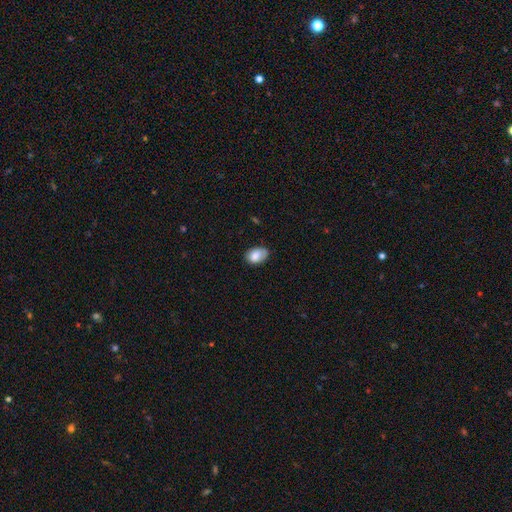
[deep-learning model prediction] A smooth galaxy with no disk features (83%) that is in between round and cigar-shaped (87%).

Vote fractions:
- Smooth or featured? smooth: 83% / featured or disk: 9% / star or artifact: 7%
- How rounded? in between: 87% / round: 12% / cigar-shaped: 1%
- Merging? none: 70% / minor disturbance: 24% / major disturbance: 4% / merger: 1%